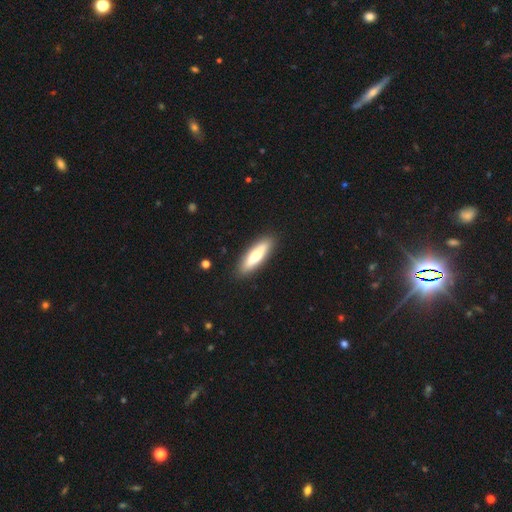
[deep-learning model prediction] Morphology: type=smooth (67%); roundness=cigar-shaped (61%); merging=none (89%).